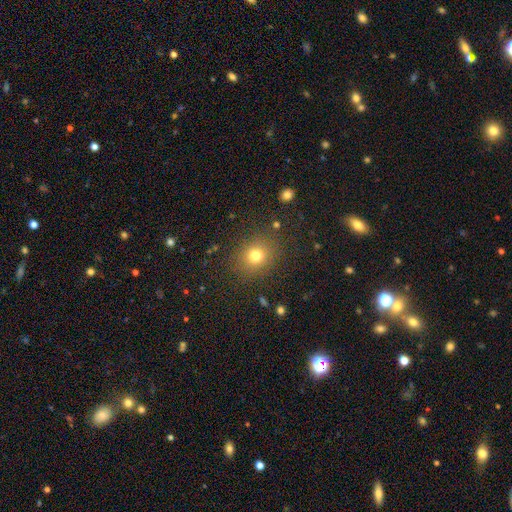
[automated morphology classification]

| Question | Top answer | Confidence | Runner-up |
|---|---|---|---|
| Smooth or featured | smooth | 75% | star or artifact (17%) |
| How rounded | round | 74% | in between (25%) |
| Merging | none | 85% | minor disturbance (9%) |